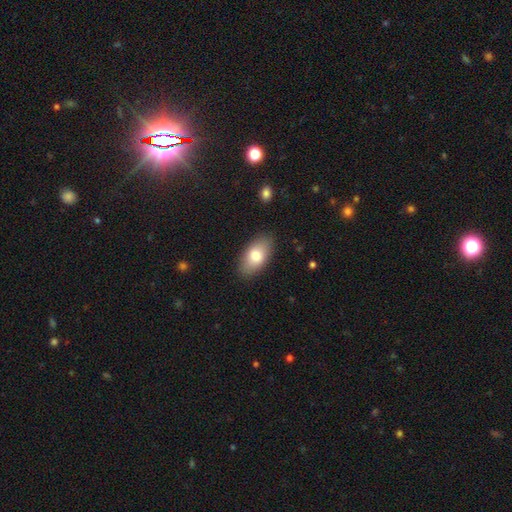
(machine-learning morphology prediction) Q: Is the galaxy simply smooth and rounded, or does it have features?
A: smooth — 78%.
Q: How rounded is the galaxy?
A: in between — 93%.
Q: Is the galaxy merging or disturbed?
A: none — 86%.